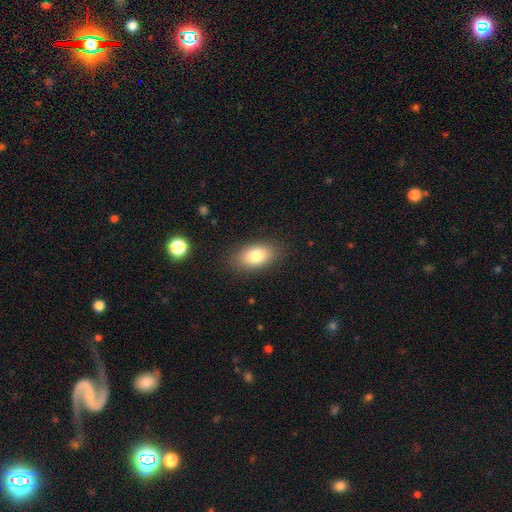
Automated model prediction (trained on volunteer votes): A smooth galaxy with no disk features (81%) that is in between round and cigar-shaped (91%).

Vote fractions:
- Smooth or featured? smooth: 81% / featured or disk: 11% / star or artifact: 9%
- How rounded? in between: 91% / round: 7% / cigar-shaped: 2%
- Merging? none: 86% / minor disturbance: 10% / major disturbance: 3% / merger: 1%